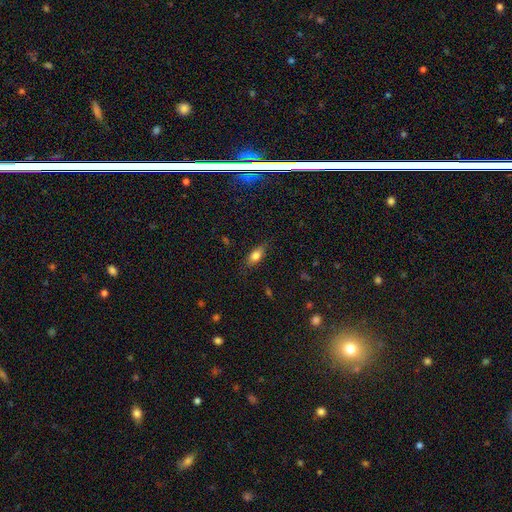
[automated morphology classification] The model was most divided on "smooth or featured": smooth: 77%, featured or disk: 14%, star or artifact: 9%. More confident: how rounded — in between (80%); merging — none (80%).